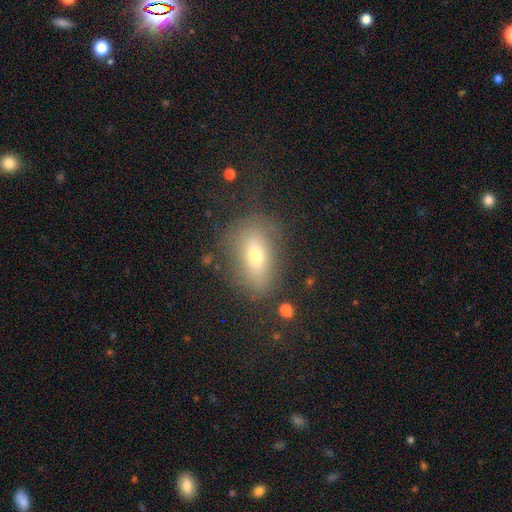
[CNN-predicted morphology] A smooth galaxy with no disk features (63%) that is in between round and cigar-shaped (77%). Merging: none (67%).